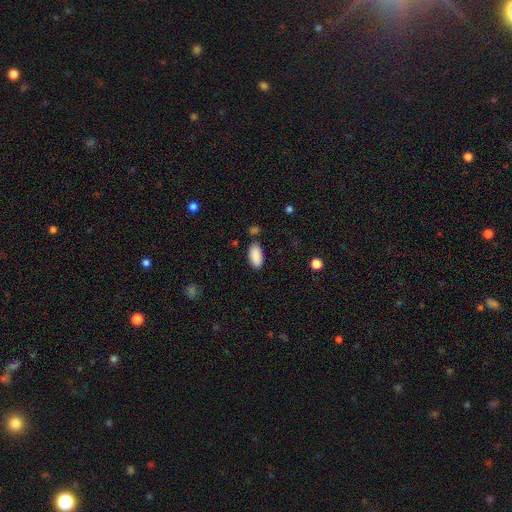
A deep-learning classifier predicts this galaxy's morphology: Smooth or featured? Predicted: smooth (p=0.90). How rounded? Predicted: in between (p=0.93). Merging? Predicted: none (p=0.81).